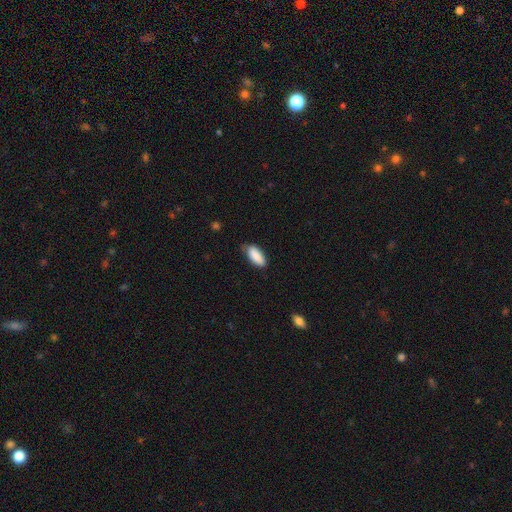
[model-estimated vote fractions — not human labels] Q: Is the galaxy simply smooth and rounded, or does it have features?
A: smooth — 89%.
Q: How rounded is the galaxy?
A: in between — 84%.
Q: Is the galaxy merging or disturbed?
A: none — 75%.